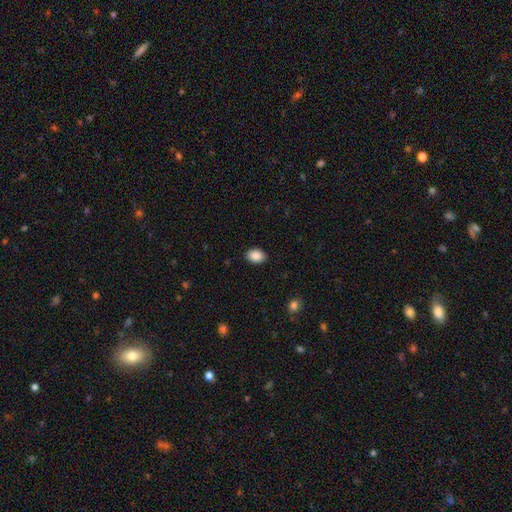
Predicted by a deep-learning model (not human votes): smooth-or-featured: smooth: 89% | star or artifact: 8% | featured or disk: 3%
  how-rounded: in between: 77% | round: 22% | cigar-shaped: 1%
  merging: none: 89% | minor disturbance: 8% | major disturbance: 2% | merger: 1%